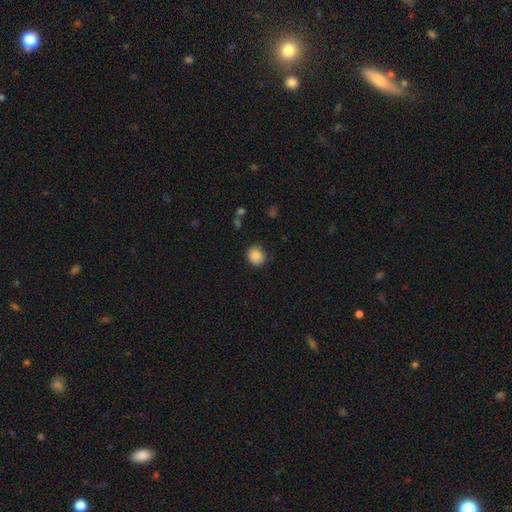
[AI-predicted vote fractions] smooth-or-featured: smooth: 88% | star or artifact: 9% | featured or disk: 4%
  how-rounded: round: 75% | in between: 24% | cigar-shaped: 1%
  merging: none: 83% | minor disturbance: 13% | major disturbance: 3% | merger: 2%